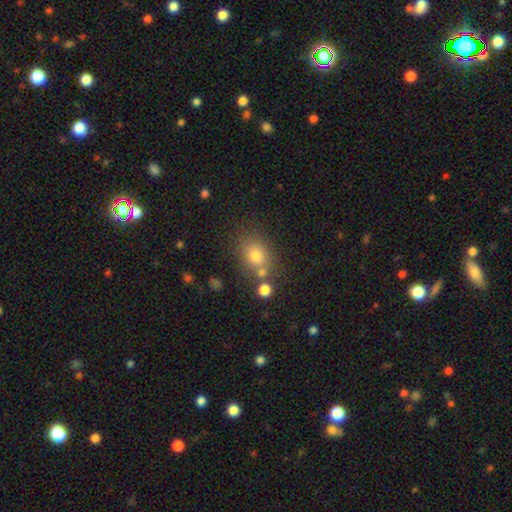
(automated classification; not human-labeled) This is likely a smooth galaxy (75%). How rounded: possibly round (53%). Merging: likely none (67%).